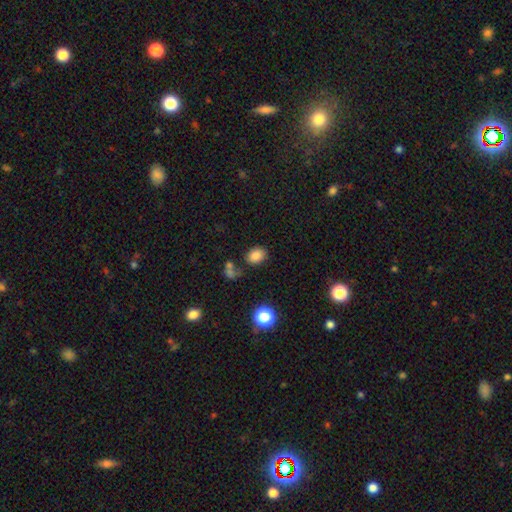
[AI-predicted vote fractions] This is clearly a smooth galaxy (82%). How rounded: likely in between (66%). Merging: likely none (74%).